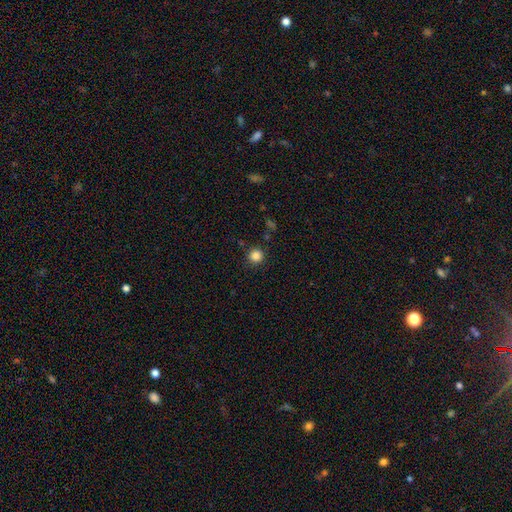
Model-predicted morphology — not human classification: This is clearly a smooth galaxy (85%). How rounded: clearly round (95%). Merging: clearly none (88%).